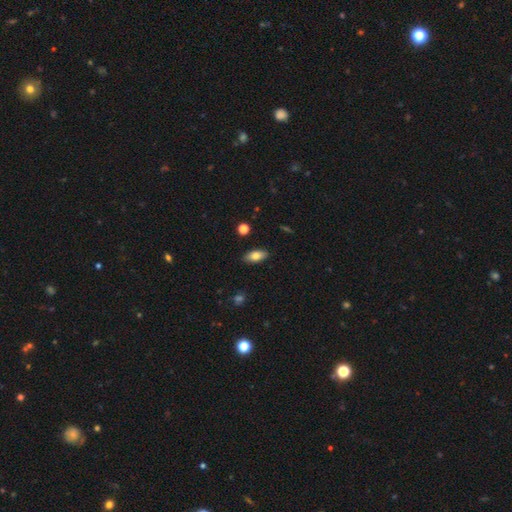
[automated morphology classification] Overall: smooth (77%). How rounded: in between (87%). Merging: none (87%).